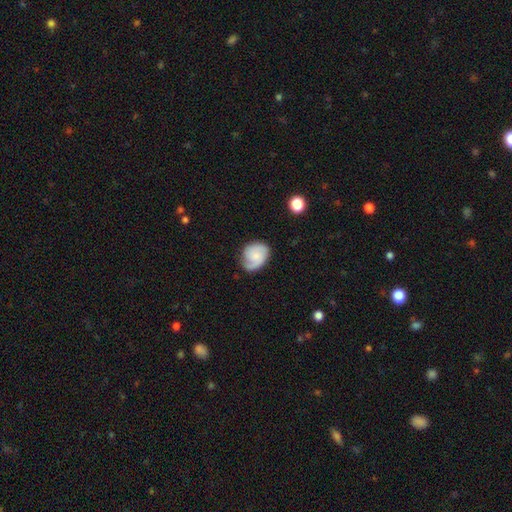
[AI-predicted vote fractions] Smooth or featured?
  - featured or disk: 51% *
  - smooth: 42%
  - star or artifact: 7%
Edge-on disk?
  - no: 97% *
  - yes: 3%
Merging?
  - none: 60% *
  - minor disturbance: 27%
  - major disturbance: 11%
  - merger: 2%